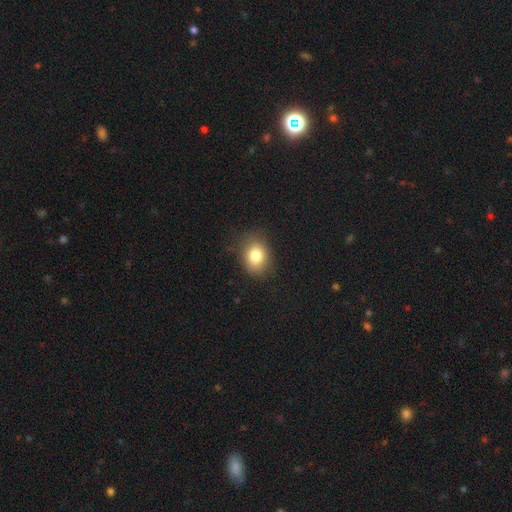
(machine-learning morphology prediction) type=smooth (80%); roundness=in between (51%); merging=none (80%).